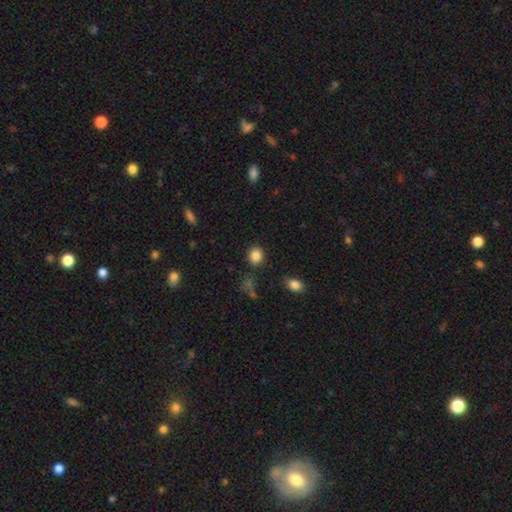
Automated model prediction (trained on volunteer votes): Smooth or featured? smooth (85%)
How rounded? round (71%)
Merging? none (85%)